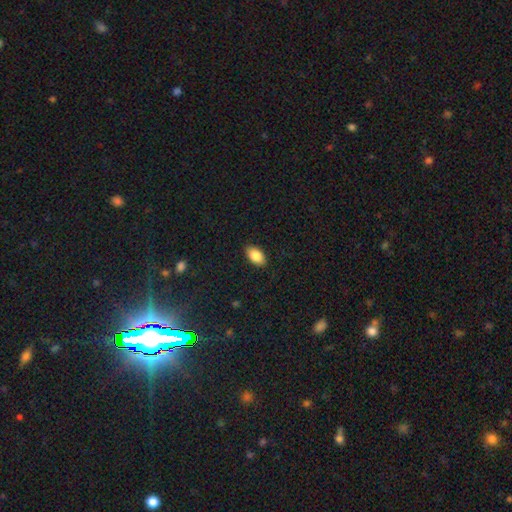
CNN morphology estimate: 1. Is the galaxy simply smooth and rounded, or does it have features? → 86% smooth, 7% star or artifact, 6% featured or disk.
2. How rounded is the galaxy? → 92% in between, 6% round, 2% cigar-shaped.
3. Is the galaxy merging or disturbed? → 88% none, 9% minor disturbance, 2% major disturbance, 1% merger.